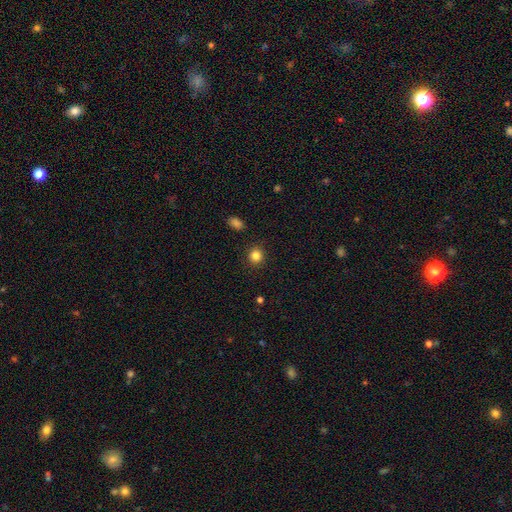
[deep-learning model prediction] Q: Smooth or featured?
A: smooth (84%); runner-up: star or artifact (11%)
Q: How rounded?
A: round (88%); runner-up: in between (11%)
Q: Merging?
A: none (90%); runner-up: minor disturbance (6%)